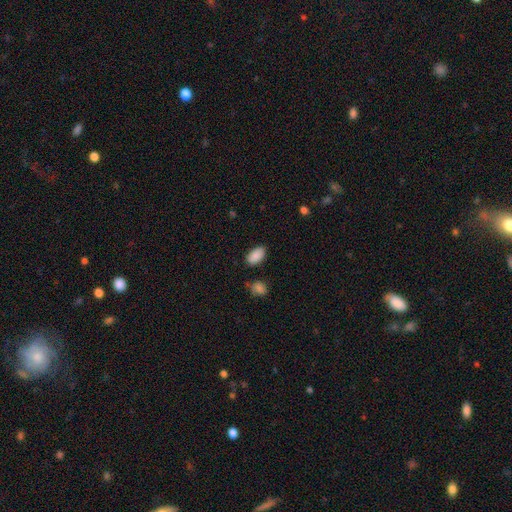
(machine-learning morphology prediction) Smooth or featured?
  - smooth: 89% *
  - star or artifact: 7%
  - featured or disk: 4%
How rounded?
  - in between: 94% *
  - round: 4%
  - cigar-shaped: 2%
Merging?
  - none: 83% *
  - minor disturbance: 11%
  - major disturbance: 3%
  - merger: 3%